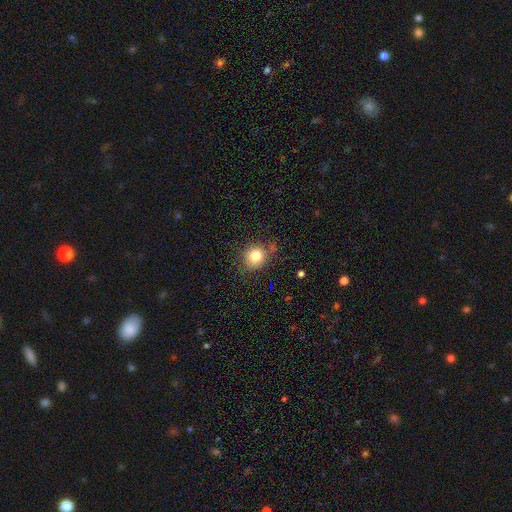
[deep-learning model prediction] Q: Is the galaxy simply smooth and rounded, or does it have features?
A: smooth — 79%.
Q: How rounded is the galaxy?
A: round — 84%.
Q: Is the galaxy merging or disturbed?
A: none — 76%.